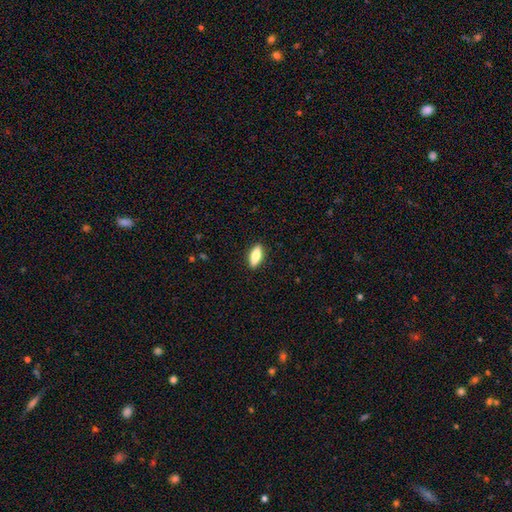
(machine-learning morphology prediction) Smooth or featured? Predicted: smooth (p=0.76). How rounded? Predicted: in between (p=0.66). Merging? Predicted: none (p=0.89).